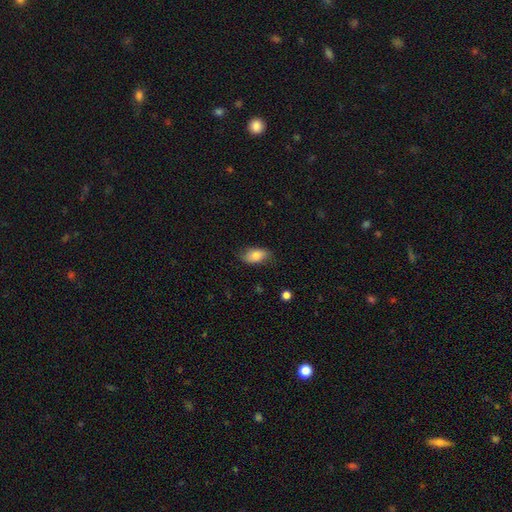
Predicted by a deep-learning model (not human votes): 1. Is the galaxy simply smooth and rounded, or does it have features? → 81% smooth, 12% featured or disk, 7% star or artifact.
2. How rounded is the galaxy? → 91% in between, 6% round, 3% cigar-shaped.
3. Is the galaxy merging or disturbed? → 78% none, 18% minor disturbance, 4% major disturbance, 1% merger.